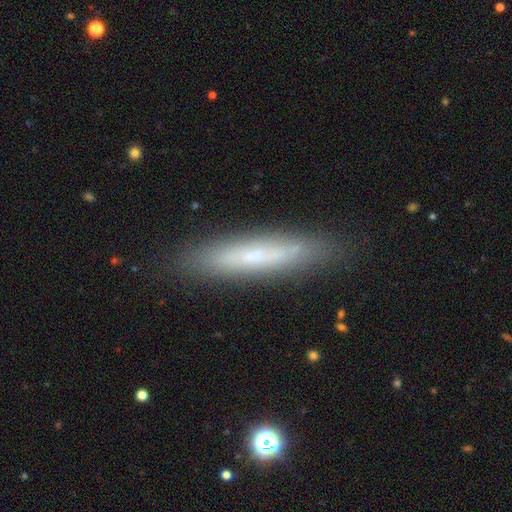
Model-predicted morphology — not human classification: This appears to be a smooth galaxy with no disk features (49%). Merging: none (85%).